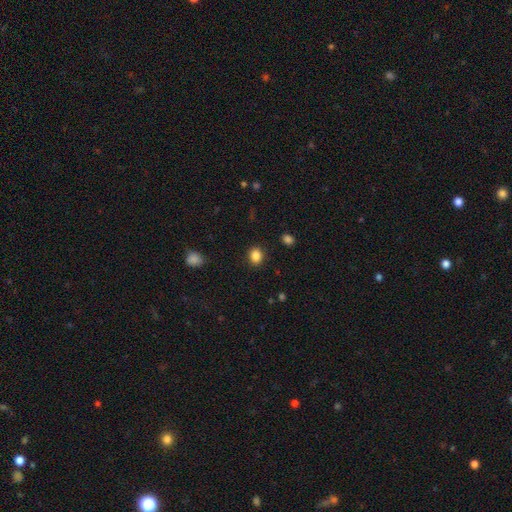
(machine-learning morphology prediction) This appears to be a smooth galaxy with no disk features (86%) that is round (51%). Merging: none (88%).